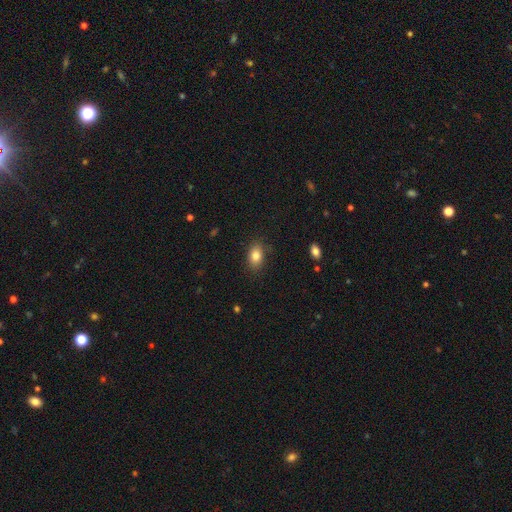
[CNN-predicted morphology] A smooth galaxy with no disk features (83%) that is in between round and cigar-shaped (82%).

Vote fractions:
- Smooth or featured? smooth: 83% / star or artifact: 9% / featured or disk: 8%
- How rounded? in between: 82% / round: 16% / cigar-shaped: 2%
- Merging? none: 83% / minor disturbance: 12% / major disturbance: 3% / merger: 1%